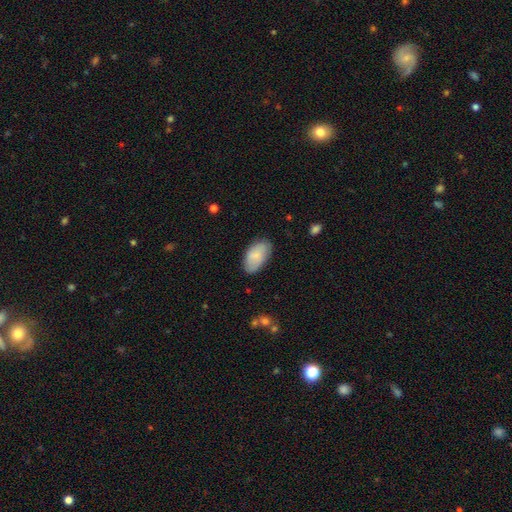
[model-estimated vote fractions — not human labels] A smooth galaxy with no disk features (79%) that is in between round and cigar-shaped (95%). Merging: none (78%).